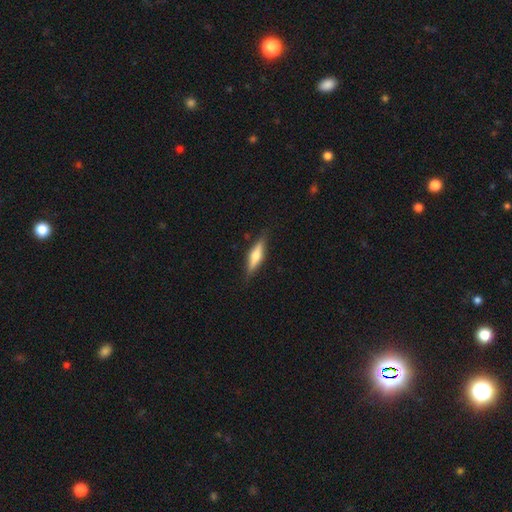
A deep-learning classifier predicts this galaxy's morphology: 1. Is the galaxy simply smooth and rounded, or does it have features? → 51% featured or disk, 43% smooth, 6% star or artifact.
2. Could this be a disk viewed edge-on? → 94% yes, 6% no.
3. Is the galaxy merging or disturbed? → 85% none, 11% minor disturbance, 2% major disturbance, 1% merger.